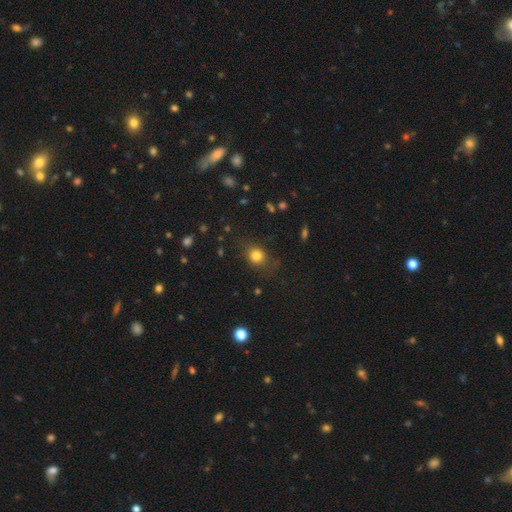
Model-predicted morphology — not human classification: smooth-or-featured: smooth: 80% | star or artifact: 12% | featured or disk: 7%
  how-rounded: round: 69% | in between: 30% | cigar-shaped: 1%
  merging: none: 76% | minor disturbance: 16% | major disturbance: 7% | merger: 2%